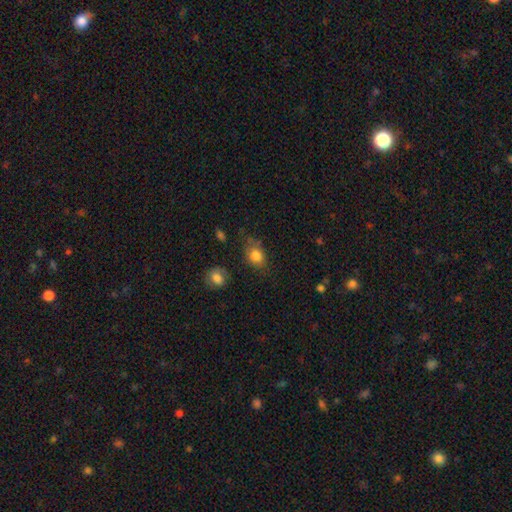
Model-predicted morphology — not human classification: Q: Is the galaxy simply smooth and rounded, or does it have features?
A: smooth — 81%.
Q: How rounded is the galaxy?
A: in between — 61%.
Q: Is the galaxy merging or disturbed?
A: none — 62%.